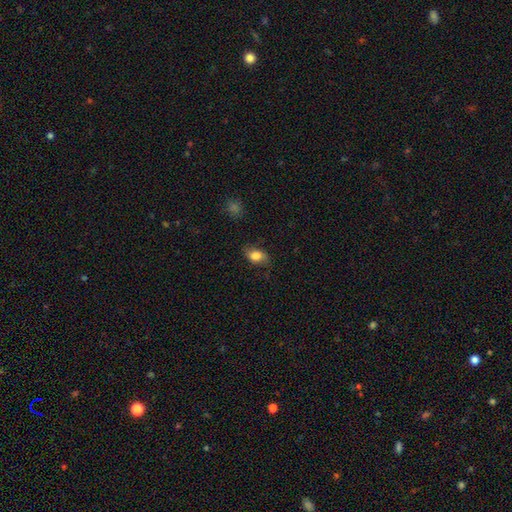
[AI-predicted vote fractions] smooth-or-featured: smooth: 81% | featured or disk: 11% | star or artifact: 8%
  how-rounded: in between: 84% | round: 14% | cigar-shaped: 2%
  merging: none: 73% | minor disturbance: 20% | major disturbance: 6% | merger: 1%